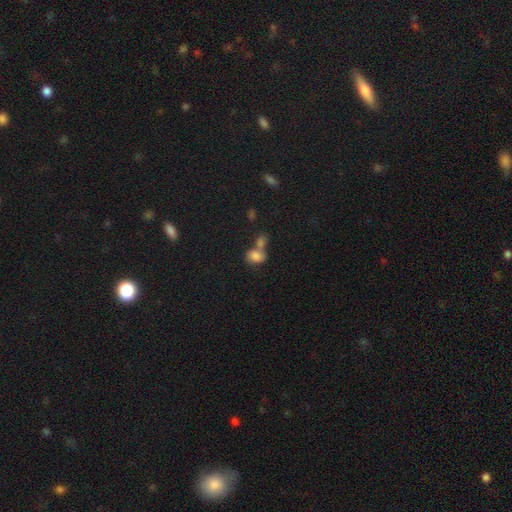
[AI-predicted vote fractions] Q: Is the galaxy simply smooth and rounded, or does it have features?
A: smooth — 81%.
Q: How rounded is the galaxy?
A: in between — 72%.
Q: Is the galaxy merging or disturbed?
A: merger — 55%.